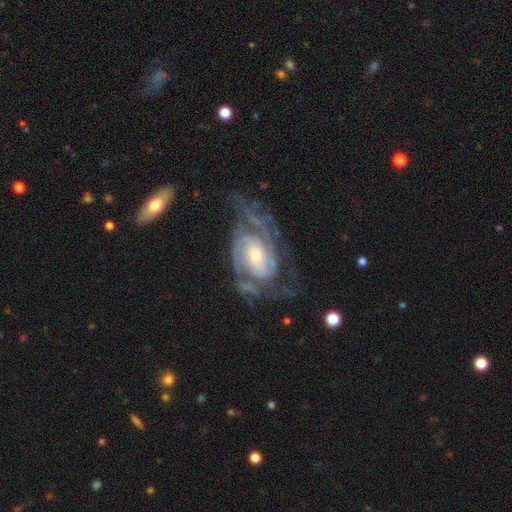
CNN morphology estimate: A featured or disk galaxy (89%) with no bar (59%), 2 (40%) tight (54%) spiral arms (96%) and a small central bulge (45%, tied with moderate).

Vote fractions:
- Smooth or featured? featured or disk: 89% / smooth: 6% / star or artifact: 5%
- Edge-on disk? no: 96% / yes: 4%
- Bar? no: 59% / weak: 31% / strong: 10%
- Spiral arms? yes: 96% / no: 4%
- Spiral winding? tight: 54% / medium: 36% / loose: 10%
- Spiral arm count? 2: 40% / can't tell: 21% / 3: 21% / 4: 7% / 1: 5% / more than 4: 5%
- Bulge size? small: 45% (tied) / moderate: 45% (tied) / large: 7% / none: 2% / dominant: 1%
- Merging? none: 55% / major disturbance: 22% / minor disturbance: 21% / merger: 3%